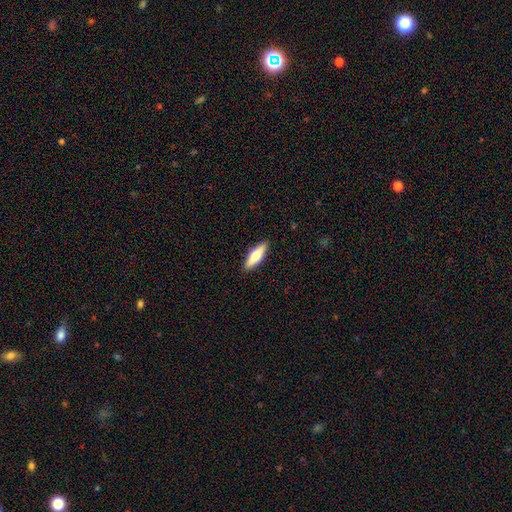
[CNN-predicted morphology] This appears to be a smooth galaxy with no disk features (64%) that is cigar-shaped (52%). Merging: none (90%).